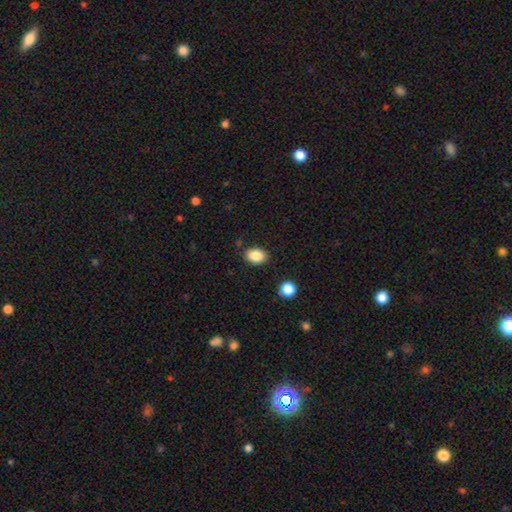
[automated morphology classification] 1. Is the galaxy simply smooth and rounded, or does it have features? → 86% smooth, 9% star or artifact, 5% featured or disk.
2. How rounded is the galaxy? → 77% in between, 22% round, 1% cigar-shaped.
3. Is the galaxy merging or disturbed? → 85% none, 10% minor disturbance, 3% major disturbance, 2% merger.